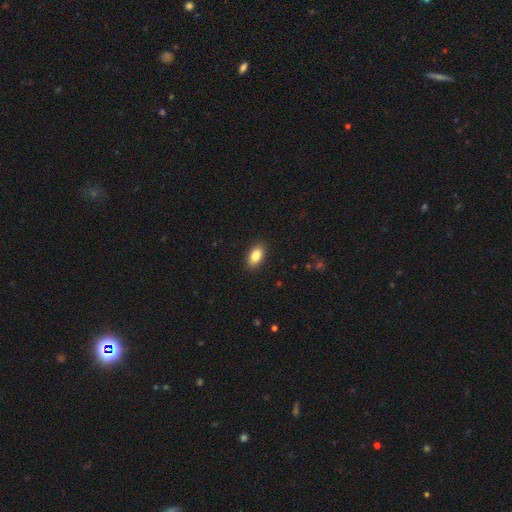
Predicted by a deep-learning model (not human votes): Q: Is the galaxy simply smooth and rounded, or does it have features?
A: smooth — 86%.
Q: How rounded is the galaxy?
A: in between — 92%.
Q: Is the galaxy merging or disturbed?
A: none — 90%.